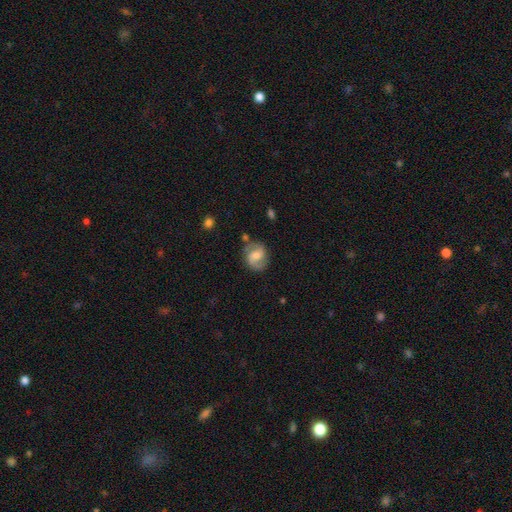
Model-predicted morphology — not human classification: Q: Smooth or featured?
A: featured or disk (67%); runner-up: smooth (26%)
Q: Edge-on disk?
A: no (97%); runner-up: yes (3%)
Q: Bar?
A: weak (49%); runner-up: no (32%)
Q: Spiral arms?
A: yes (91%); runner-up: no (9%)
Q: Spiral winding?
A: medium (49%); runner-up: loose (31%)
Q: Spiral arm count?
A: 2 (89%); runner-up: can't tell (5%)
Q: Bulge size?
A: moderate (43%); runner-up: small (24%)
Q: Merging?
A: none (72%); runner-up: minor disturbance (17%)